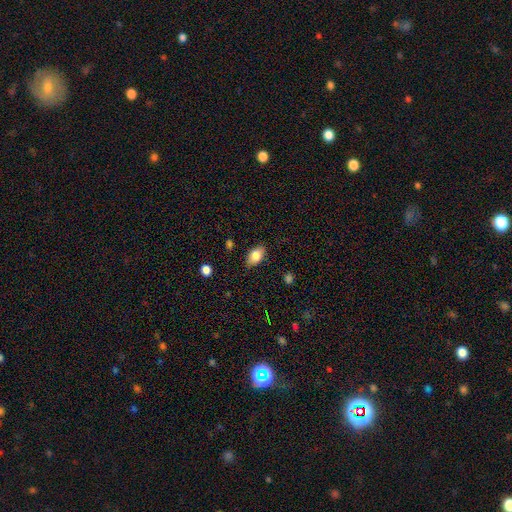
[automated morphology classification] A smooth galaxy with no disk features (81%) that is in between round and cigar-shaped (90%).

Vote fractions:
- Smooth or featured? smooth: 81% / featured or disk: 11% / star or artifact: 8%
- How rounded? in between: 90% / round: 8% / cigar-shaped: 2%
- Merging? none: 84% / minor disturbance: 12% / major disturbance: 2% / merger: 1%